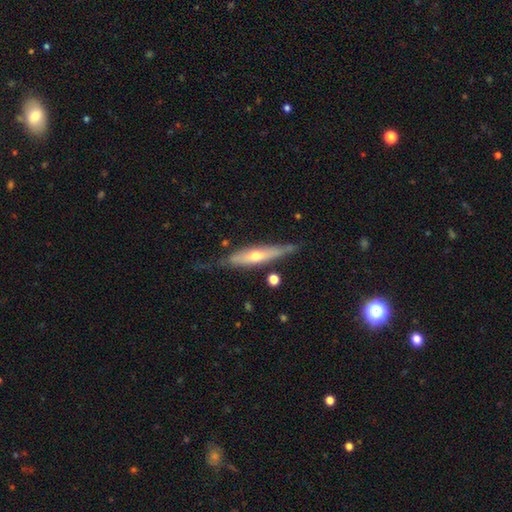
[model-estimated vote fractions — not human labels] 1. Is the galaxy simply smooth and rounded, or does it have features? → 57% featured or disk, 38% smooth, 6% star or artifact.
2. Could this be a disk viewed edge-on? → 81% yes, 19% no.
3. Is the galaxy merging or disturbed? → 64% none, 24% minor disturbance, 8% major disturbance, 4% merger.